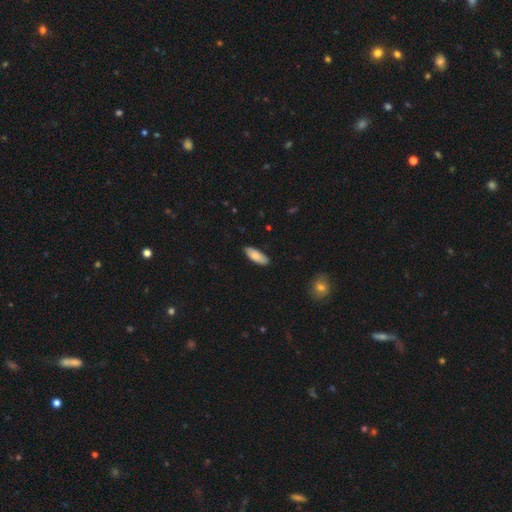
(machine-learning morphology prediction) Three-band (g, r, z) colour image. It shows a smooth galaxy with no disk features (82%) that is in between round and cigar-shaped (74%). Merging: none (86%).